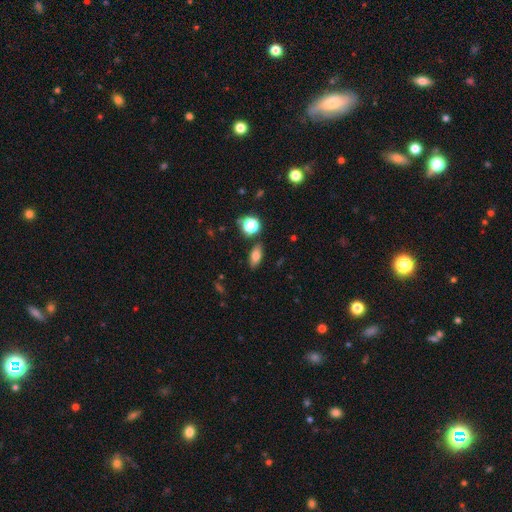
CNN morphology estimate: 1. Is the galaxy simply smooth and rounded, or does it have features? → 75% smooth, 13% featured or disk, 12% star or artifact.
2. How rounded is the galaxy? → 79% in between, 11% cigar-shaped, 10% round.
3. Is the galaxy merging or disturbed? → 85% none, 9% minor disturbance, 3% merger, 2% major disturbance.